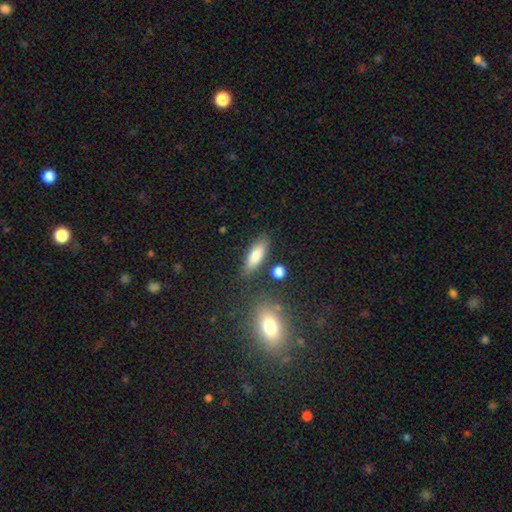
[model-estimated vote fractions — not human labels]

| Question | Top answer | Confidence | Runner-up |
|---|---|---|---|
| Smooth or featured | smooth | 81% | featured or disk (12%) |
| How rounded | in between | 61% | cigar-shaped (36%) |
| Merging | none | 80% | minor disturbance (12%) |